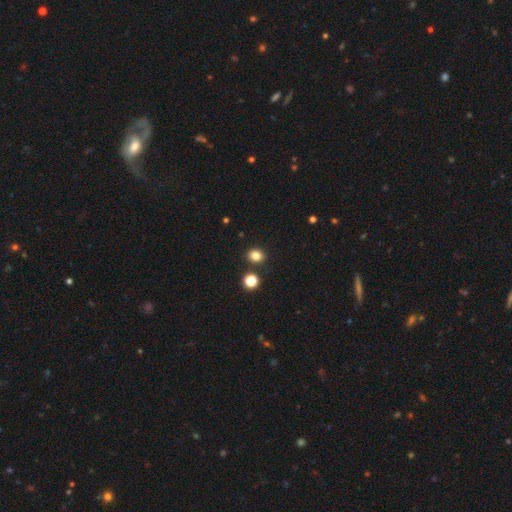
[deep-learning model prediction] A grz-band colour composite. It shows a smooth galaxy with no disk features (82%) that is round (68%). Merging: none (85%).